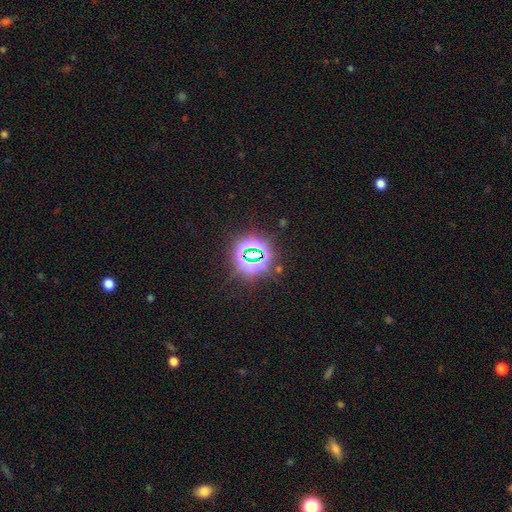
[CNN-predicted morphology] The model was most divided on "smooth or featured": star or artifact: 79%, smooth: 13%, featured or disk: 8%.